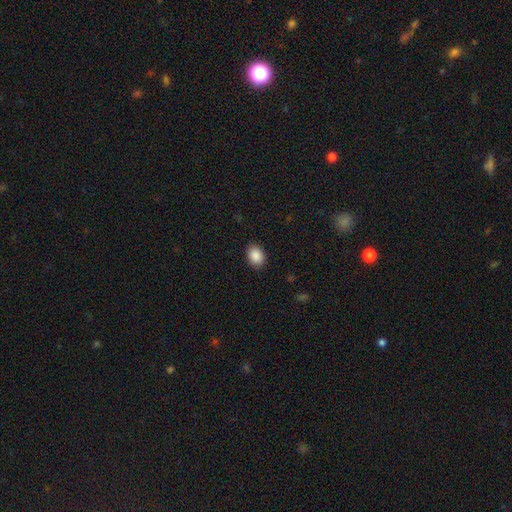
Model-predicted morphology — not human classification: Smooth or featured? smooth (89%)
How rounded? in between (71%)
Merging? none (89%)